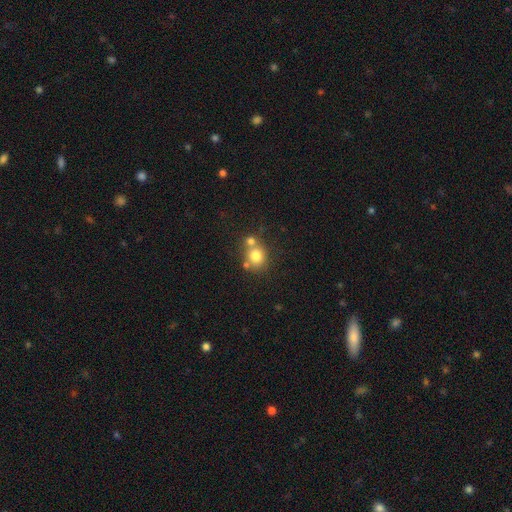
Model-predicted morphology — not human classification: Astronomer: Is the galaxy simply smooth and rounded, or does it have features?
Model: smooth — 77%.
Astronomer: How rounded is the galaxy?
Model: round — 81%.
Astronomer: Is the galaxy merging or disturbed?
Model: none — 51% (runner-up: merger, 36%).